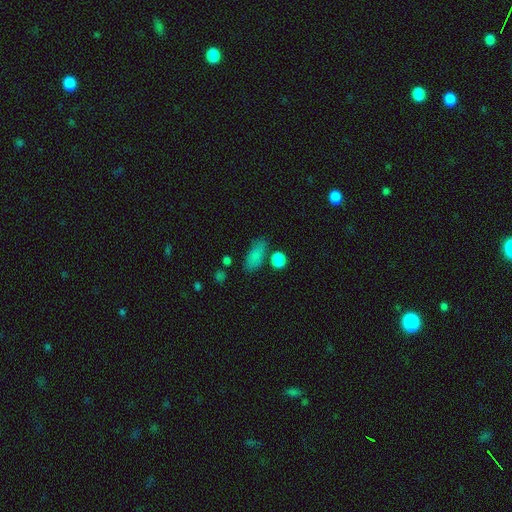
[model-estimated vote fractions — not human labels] This is clearly a smooth galaxy (82%). How rounded: likely in between (77%). Merging: likely none (70%).